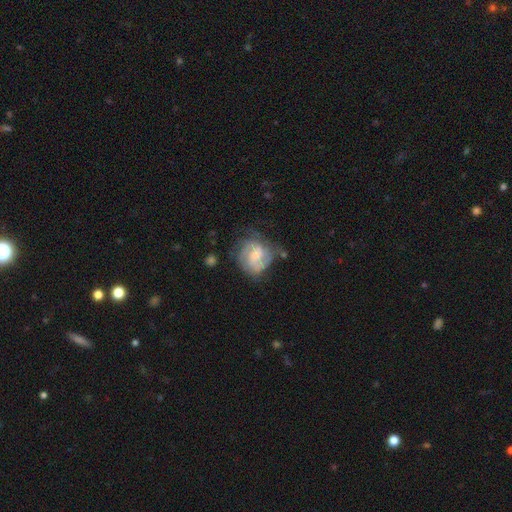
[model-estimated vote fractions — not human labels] Smooth or featured: featured or disk — 73% (smooth — 21%)
Edge-on disk: no — 98% (yes — 2%)
Bar: no — 48% (weak — 43%)
Spiral arms: yes — 91% (no — 9%)
Spiral winding: tight — 45% (medium — 42%)
Spiral arm count: 2 — 49% (can't tell — 22%)
Bulge size: moderate — 37% (small — 28%)
Merging: none — 55% (minor disturbance — 25%)